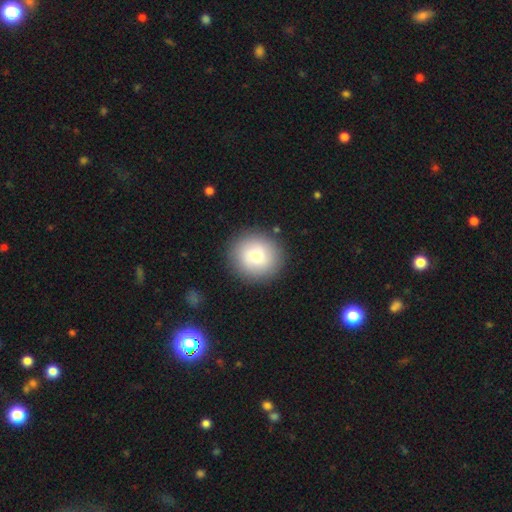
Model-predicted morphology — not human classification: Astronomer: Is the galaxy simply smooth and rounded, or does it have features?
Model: smooth — 77%.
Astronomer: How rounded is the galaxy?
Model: round — 91%.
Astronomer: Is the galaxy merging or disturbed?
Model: none — 88%.